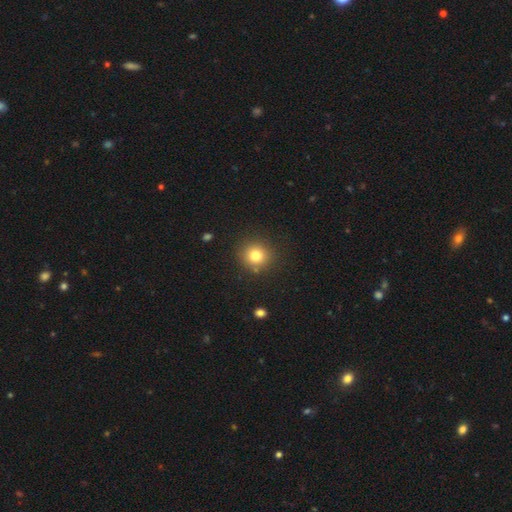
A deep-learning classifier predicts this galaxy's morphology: This appears to be a smooth galaxy with no disk features (79%) that is round (90%). Merging: none (86%).